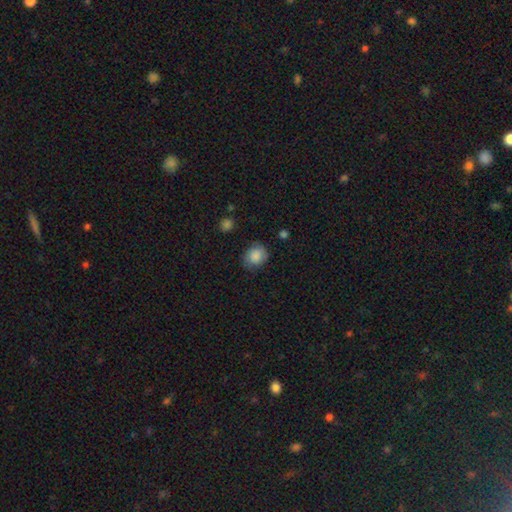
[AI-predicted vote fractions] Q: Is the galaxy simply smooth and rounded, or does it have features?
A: smooth — 82%.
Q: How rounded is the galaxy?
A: round — 63%.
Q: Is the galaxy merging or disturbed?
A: none — 72%.